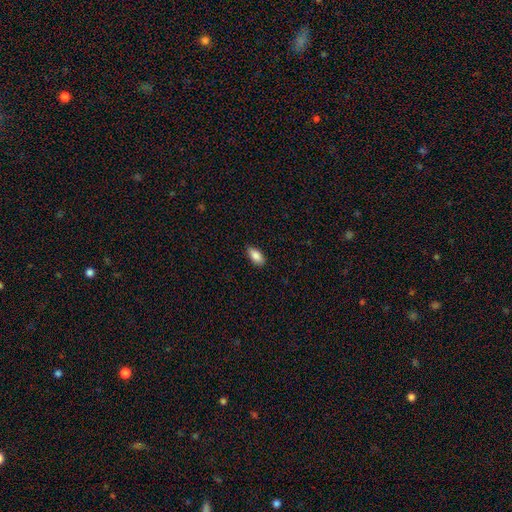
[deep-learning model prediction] Smooth or featured: smooth — 87% (star or artifact — 7%)
How rounded: in between — 90% (cigar-shaped — 7%)
Merging: none — 85% (minor disturbance — 12%)